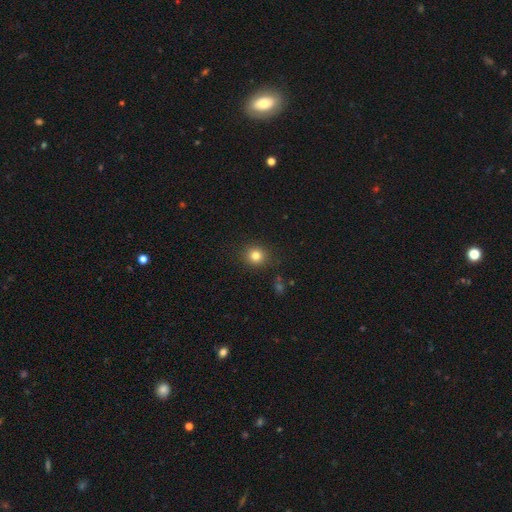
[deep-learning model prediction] smooth_or_featured: smooth (p=0.81) [alt: star or artifact p=0.12]
how_rounded: round (p=0.87) [alt: in between p=0.12]
merging: none (p=0.89) [alt: minor disturbance p=0.07]